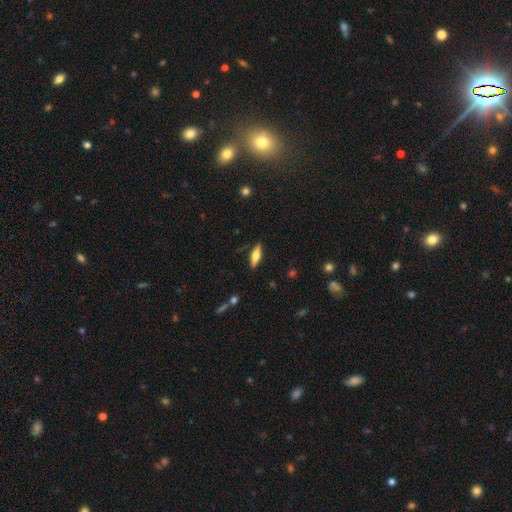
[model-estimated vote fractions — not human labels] Smooth or featured: smooth — 55% (featured or disk — 38%)
How rounded: in between — 52% (cigar-shaped — 45%)
Merging: none — 85% (minor disturbance — 11%)